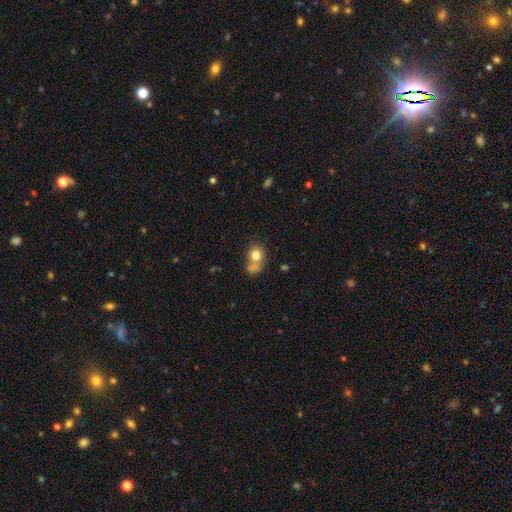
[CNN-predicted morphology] smooth 77%, featured or disk 13%, star or artifact 10%. Down the decision tree: how rounded — round (65%); merging — merger (40%).